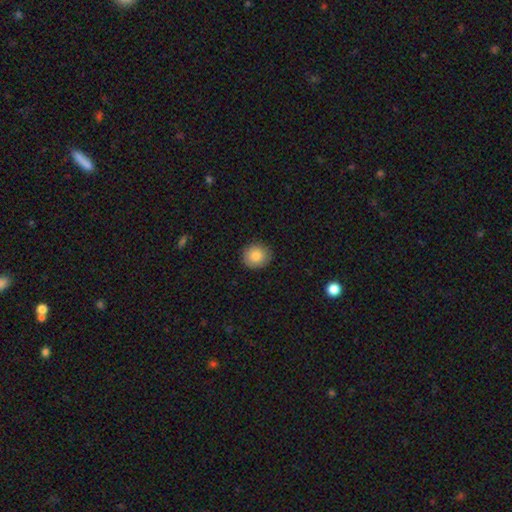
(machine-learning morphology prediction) smooth_or_featured: smooth (p=0.85) [alt: star or artifact p=0.08]
how_rounded: round (p=0.85) [alt: in between p=0.14]
merging: none (p=0.89) [alt: minor disturbance p=0.08]